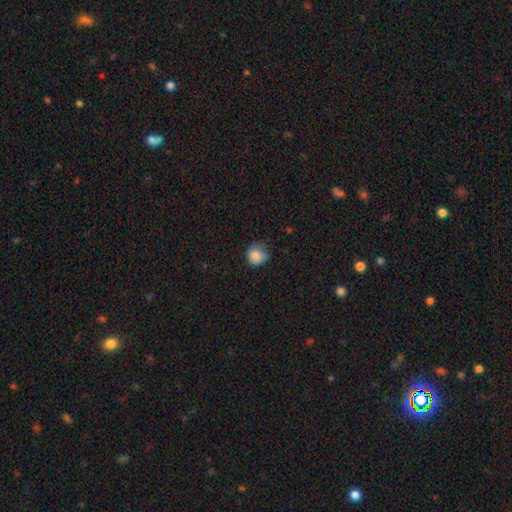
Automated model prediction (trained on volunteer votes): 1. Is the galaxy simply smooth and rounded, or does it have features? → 82% smooth, 9% star or artifact, 9% featured or disk.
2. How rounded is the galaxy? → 84% round, 15% in between, 1% cigar-shaped.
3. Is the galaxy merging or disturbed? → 59% none, 31% minor disturbance, 9% major disturbance, 2% merger.